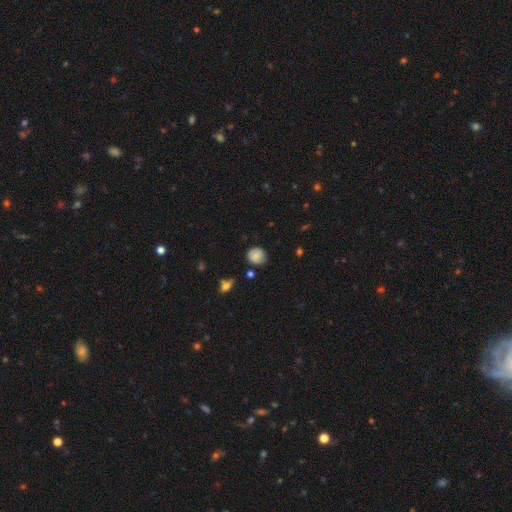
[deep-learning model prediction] This appears to be a smooth galaxy with no disk features (84%) that is round (86%). Merging: none (79%).